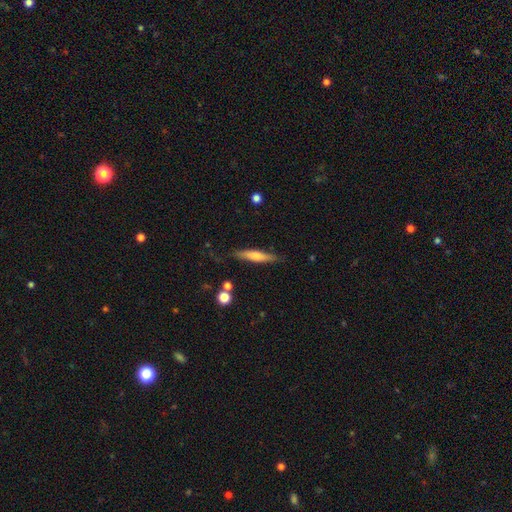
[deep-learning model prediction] Q: Smooth or featured?
A: smooth (51%); runner-up: featured or disk (43%)
Q: How rounded?
A: cigar-shaped (87%); runner-up: in between (11%)
Q: Merging?
A: none (81%); runner-up: minor disturbance (14%)